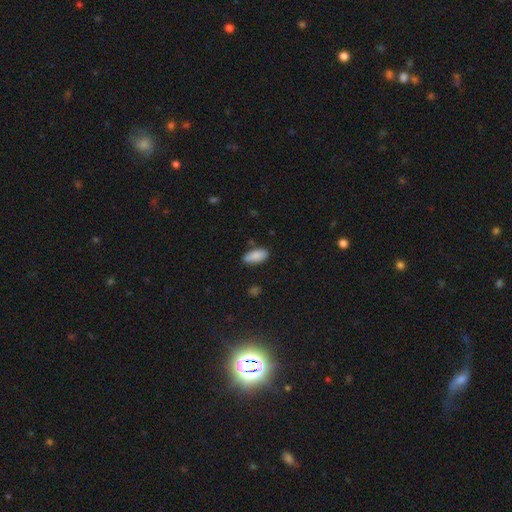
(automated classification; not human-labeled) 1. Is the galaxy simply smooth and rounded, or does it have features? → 87% smooth, 7% star or artifact, 6% featured or disk.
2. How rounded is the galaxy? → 90% in between, 8% cigar-shaped, 2% round.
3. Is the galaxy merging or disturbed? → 80% none, 15% minor disturbance, 3% major disturbance, 2% merger.